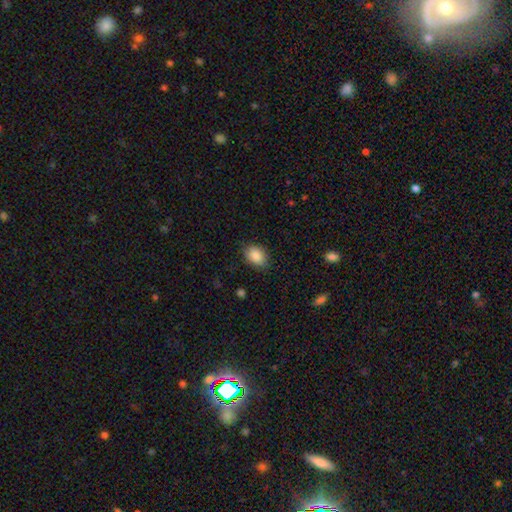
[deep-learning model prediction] Smooth or featured? smooth (88%)
How rounded? in between (76%)
Merging? none (82%)